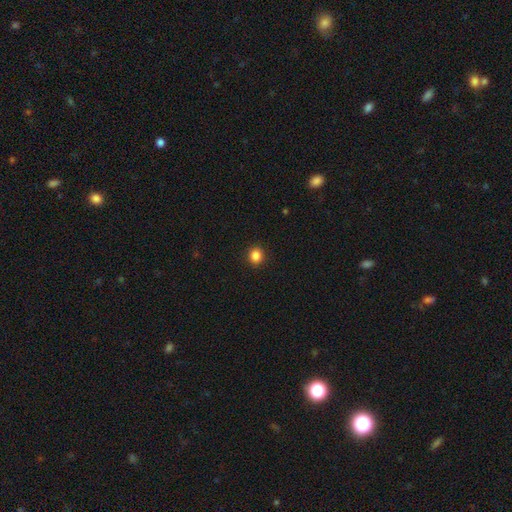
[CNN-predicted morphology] Overall: smooth (85%). How rounded: round (84%). Merging: none (92%).